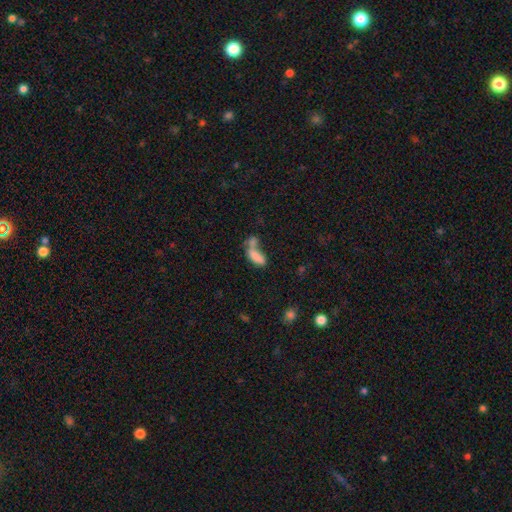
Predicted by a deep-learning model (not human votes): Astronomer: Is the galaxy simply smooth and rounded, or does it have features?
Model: smooth — 75%.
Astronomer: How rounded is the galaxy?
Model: in between — 78%.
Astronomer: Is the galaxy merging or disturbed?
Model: merger — 54%.